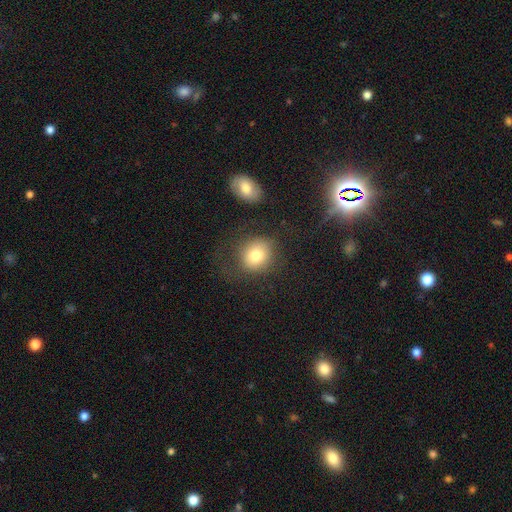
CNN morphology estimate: This appears to be a smooth galaxy with no disk features (77%) that is round (79%). Merging: none (72%).